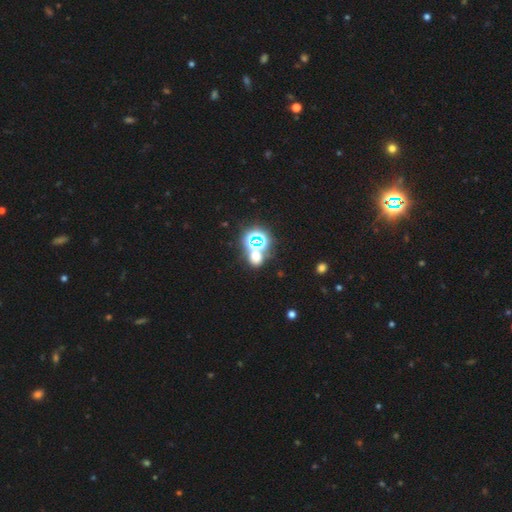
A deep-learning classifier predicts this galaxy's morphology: type=star or artifact (46%).